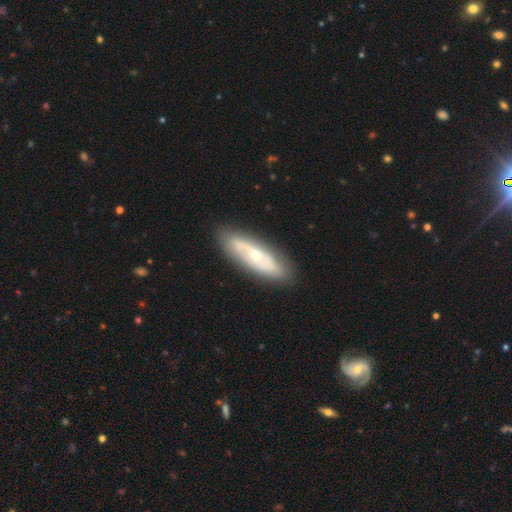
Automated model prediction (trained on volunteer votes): Smooth or featured?
  - featured or disk: 65% *
  - smooth: 29%
  - star or artifact: 6%
Edge-on disk?
  - no: 76% *
  - yes: 24%
Merging?
  - none: 83% *
  - minor disturbance: 12%
  - major disturbance: 3%
  - merger: 2%